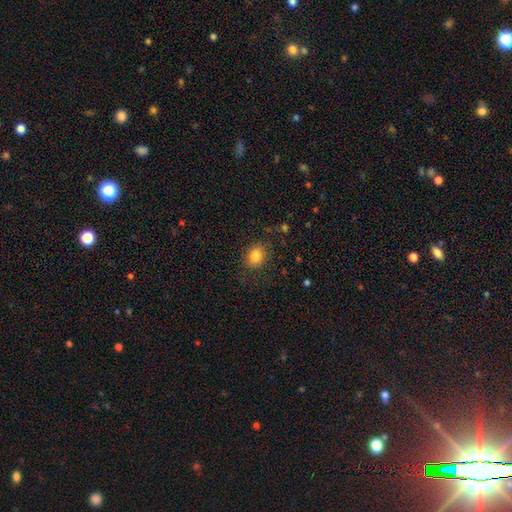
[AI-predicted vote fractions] Overall: smooth (83%). How rounded: in between (51%; round 48%). Merging: none (82%).